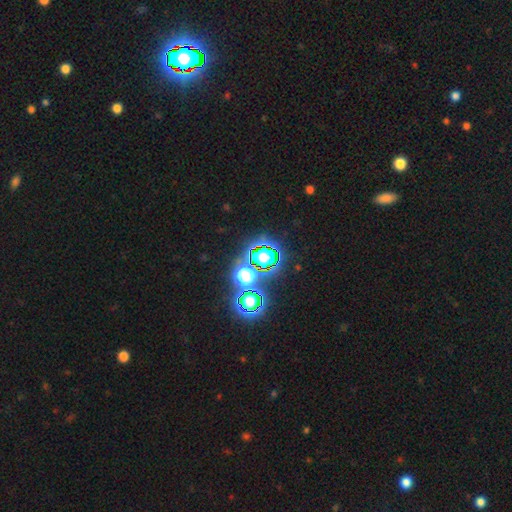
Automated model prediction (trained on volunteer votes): Morphology: type=star or artifact (69%).